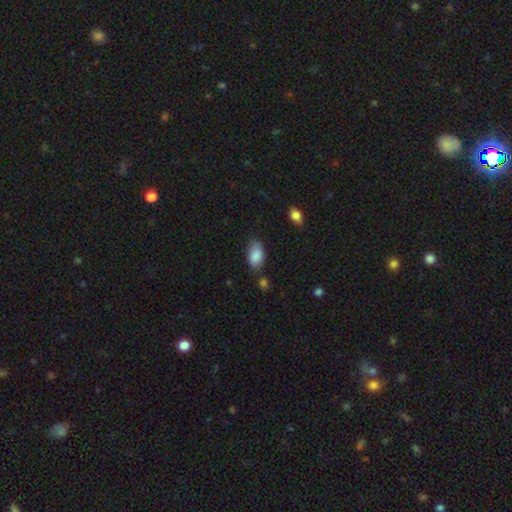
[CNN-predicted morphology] This is clearly a smooth galaxy (86%). How rounded: clearly in between (92%). Merging: likely none (63%).